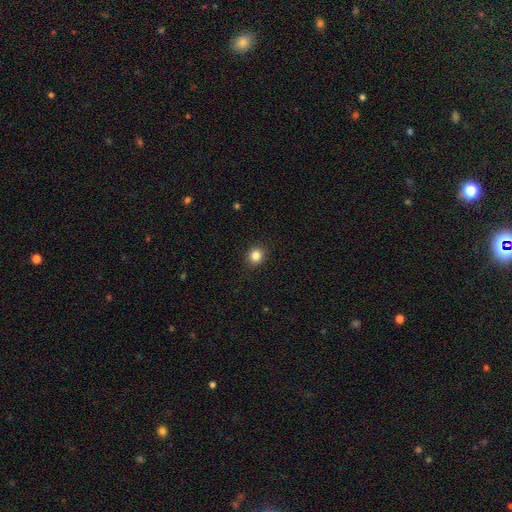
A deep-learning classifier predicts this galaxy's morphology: type=smooth (85%); roundness=round (79%); merging=none (91%).